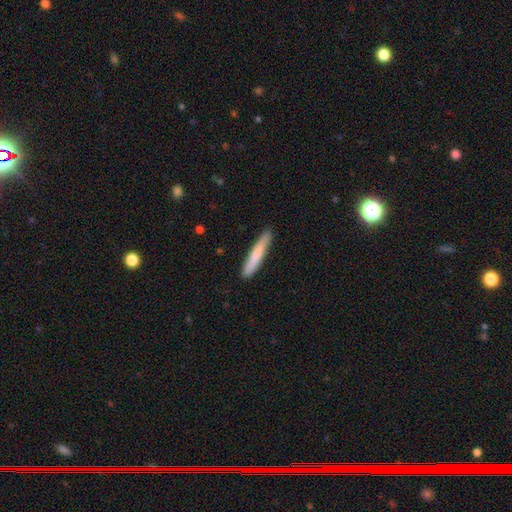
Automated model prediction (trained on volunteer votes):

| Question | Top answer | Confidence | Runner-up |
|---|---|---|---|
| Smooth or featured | smooth | 77% | featured or disk (17%) |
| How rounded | cigar-shaped | 94% | in between (5%) |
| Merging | none | 88% | minor disturbance (10%) |